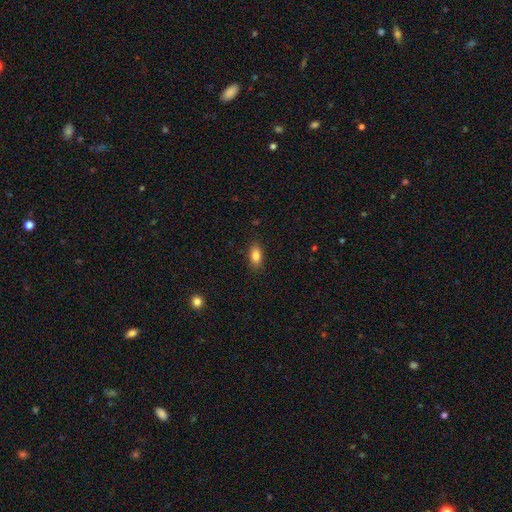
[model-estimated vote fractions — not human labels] A smooth galaxy with no disk features (84%) that is in between round and cigar-shaped (87%). Merging: none (87%).